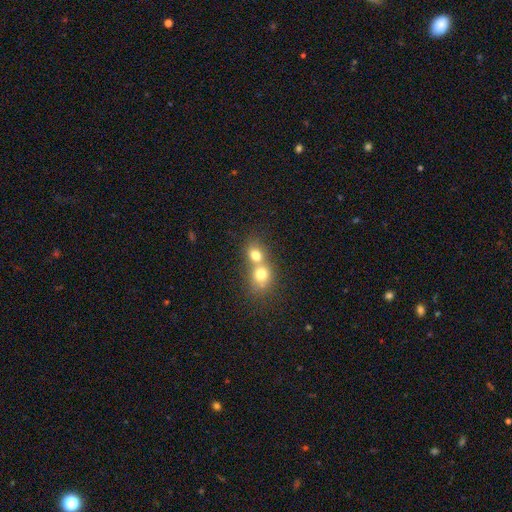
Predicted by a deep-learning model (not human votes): Overall: smooth (73%). How rounded: round (65%; in between 34%). Merging: merger (68%).